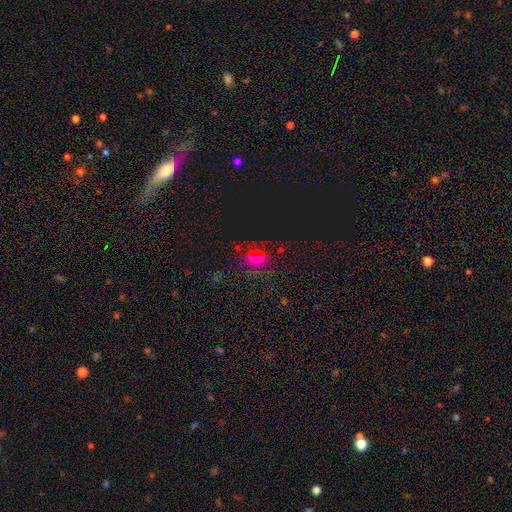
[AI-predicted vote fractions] Smooth or featured? Predicted: star or artifact (p=0.45).